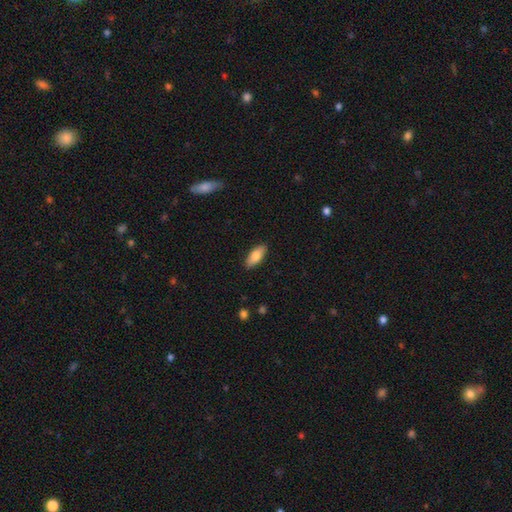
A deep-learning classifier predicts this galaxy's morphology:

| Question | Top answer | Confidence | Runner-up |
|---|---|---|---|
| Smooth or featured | smooth | 79% | featured or disk (15%) |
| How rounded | in between | 80% | cigar-shaped (18%) |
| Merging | none | 89% | minor disturbance (8%) |